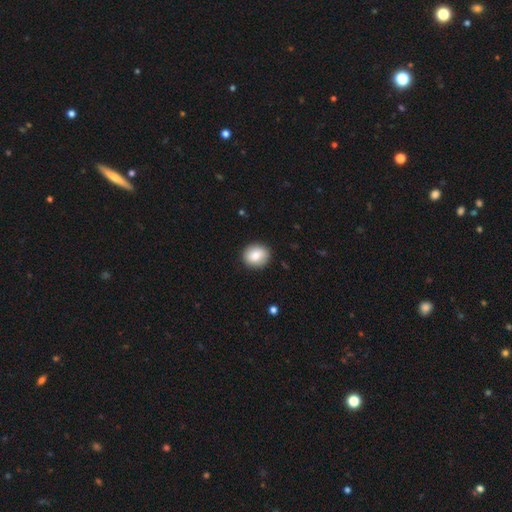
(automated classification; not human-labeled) Q: Smooth or featured?
A: smooth (82%); runner-up: featured or disk (10%)
Q: How rounded?
A: round (78%); runner-up: in between (21%)
Q: Merging?
A: none (90%); runner-up: minor disturbance (7%)